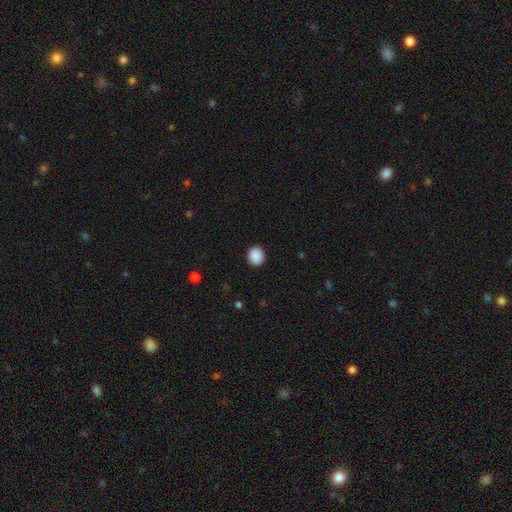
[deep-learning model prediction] A smooth galaxy with no disk features (90%) that is round (71%). Merging: none (91%).